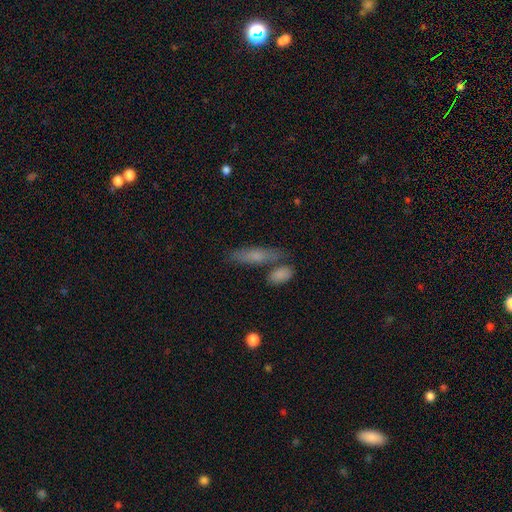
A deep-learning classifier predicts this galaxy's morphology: Q: Smooth or featured?
A: smooth (65%); runner-up: featured or disk (26%)
Q: How rounded?
A: cigar-shaped (66%); runner-up: in between (31%)
Q: Merging?
A: none (64%); runner-up: merger (20%)